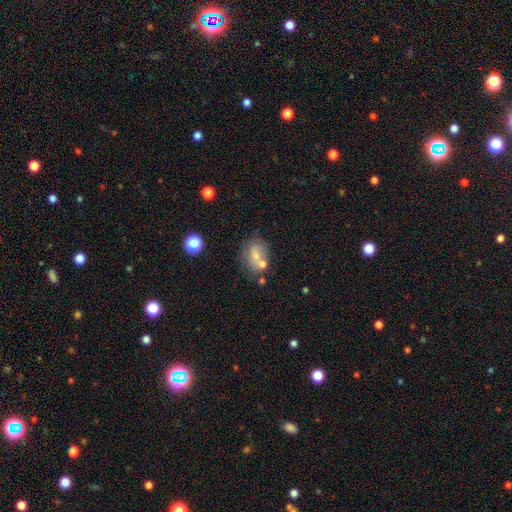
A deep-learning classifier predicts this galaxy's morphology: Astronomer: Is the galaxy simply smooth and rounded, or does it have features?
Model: smooth — 57%.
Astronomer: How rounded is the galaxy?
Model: in between — 57% (runner-up: round, 42%).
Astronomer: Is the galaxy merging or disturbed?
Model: none — 48% (runner-up: merger, 24%).